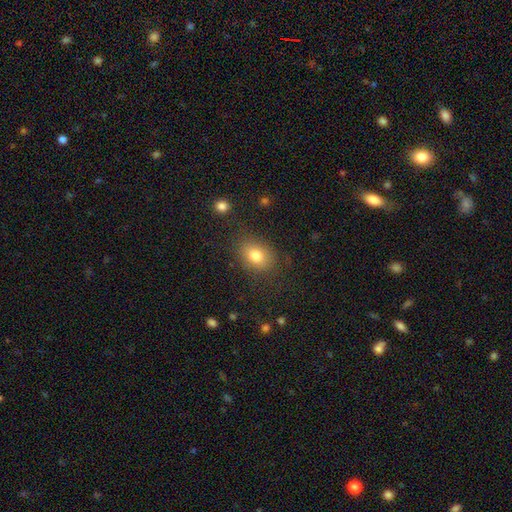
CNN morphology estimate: type=smooth (79%); roundness=in between (66%); merging=none (79%).